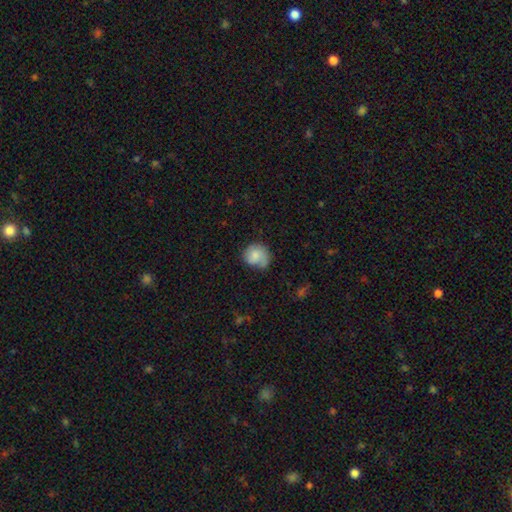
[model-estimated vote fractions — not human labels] Morphology: type=smooth (65%); roundness=round (76%); merging=none (54%).